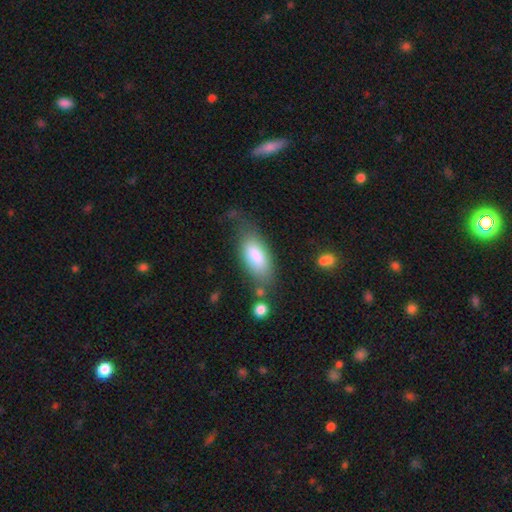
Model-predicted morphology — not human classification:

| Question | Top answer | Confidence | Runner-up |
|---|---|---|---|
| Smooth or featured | smooth | 82% | featured or disk (12%) |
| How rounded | in between | 87% | cigar-shaped (11%) |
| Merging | none | 57% | minor disturbance (24%) |